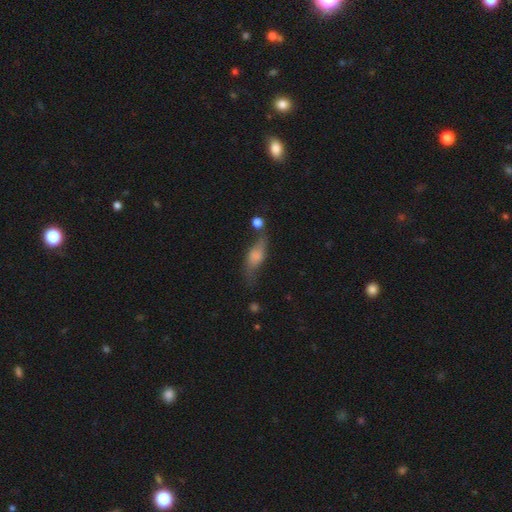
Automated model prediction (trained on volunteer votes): smooth 49%, featured or disk 41%, star or artifact 10%. Down the decision tree: merging — none (47%).